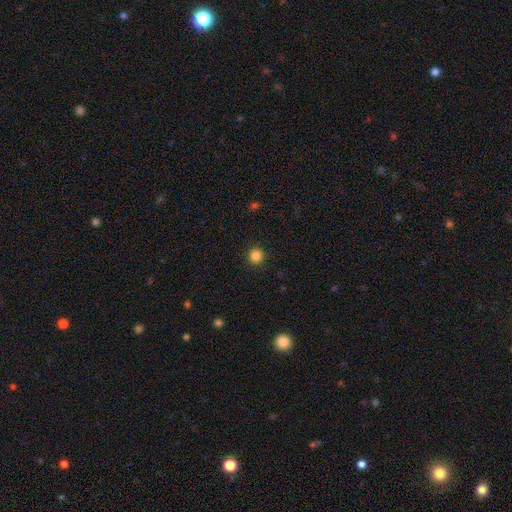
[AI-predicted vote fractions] Morphology: type=smooth (84%); roundness=round (96%); merging=none (93%).